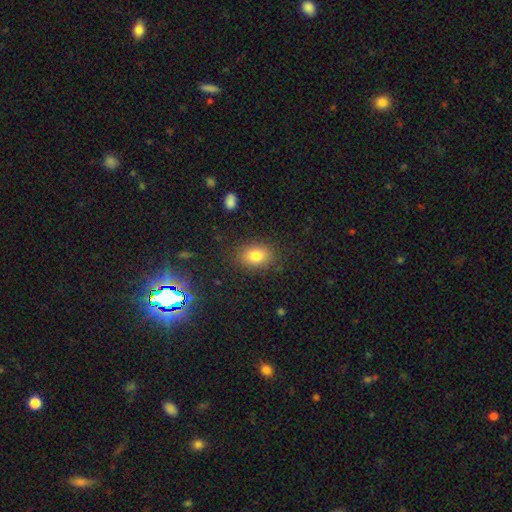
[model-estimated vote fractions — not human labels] Smooth or featured?
  - smooth: 81% *
  - star or artifact: 11%
  - featured or disk: 8%
How rounded?
  - in between: 75% *
  - round: 23%
  - cigar-shaped: 1%
Merging?
  - none: 84% *
  - minor disturbance: 11%
  - major disturbance: 4%
  - merger: 1%